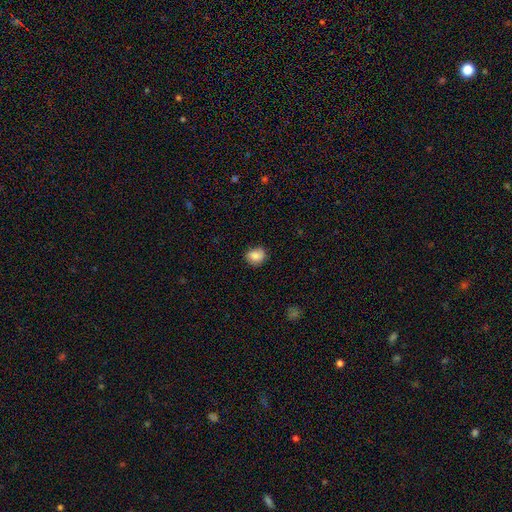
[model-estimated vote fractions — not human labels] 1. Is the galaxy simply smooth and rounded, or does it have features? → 84% smooth, 8% star or artifact, 8% featured or disk.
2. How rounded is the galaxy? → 68% round, 31% in between, 1% cigar-shaped.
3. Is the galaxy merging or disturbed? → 79% none, 17% minor disturbance, 3% major disturbance, 1% merger.